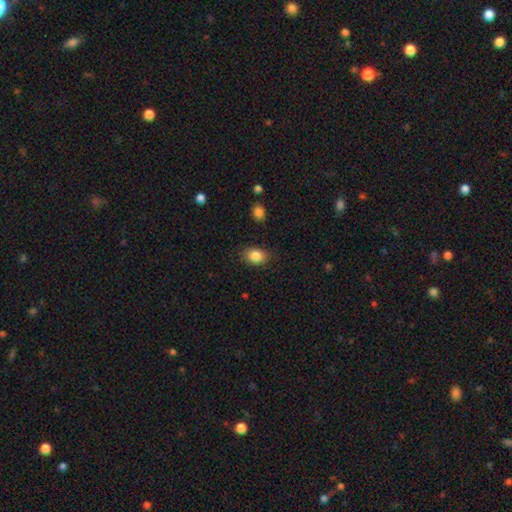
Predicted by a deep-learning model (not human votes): Morphology: type=smooth (86%); roundness=in between (74%); merging=none (84%).